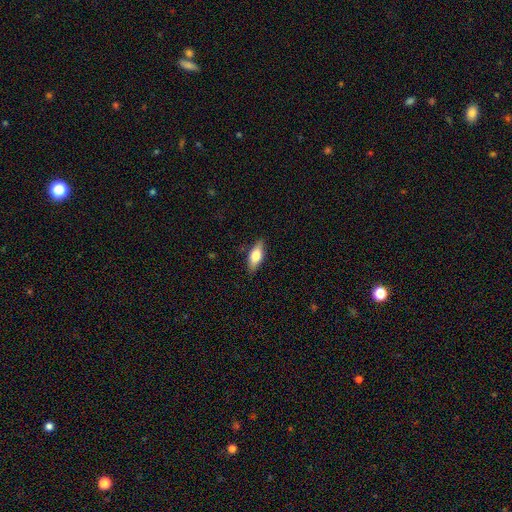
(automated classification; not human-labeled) smooth_or_featured: smooth (p=0.66) [alt: featured or disk p=0.28]
how_rounded: in between (p=0.74) [alt: cigar-shaped p=0.23]
merging: none (p=0.85) [alt: minor disturbance p=0.12]